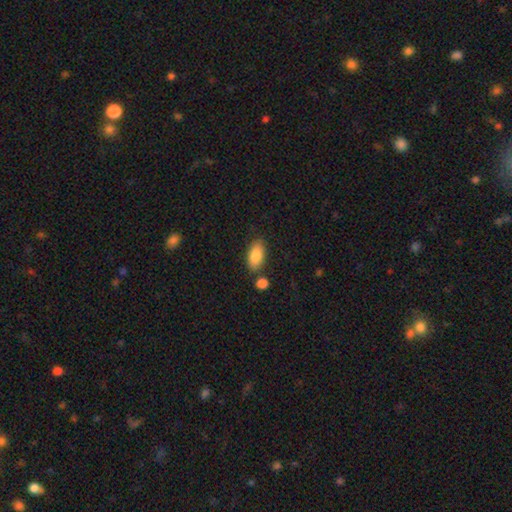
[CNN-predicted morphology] This is clearly a smooth galaxy (84%). How rounded: clearly in between (89%). Merging: likely none (78%).